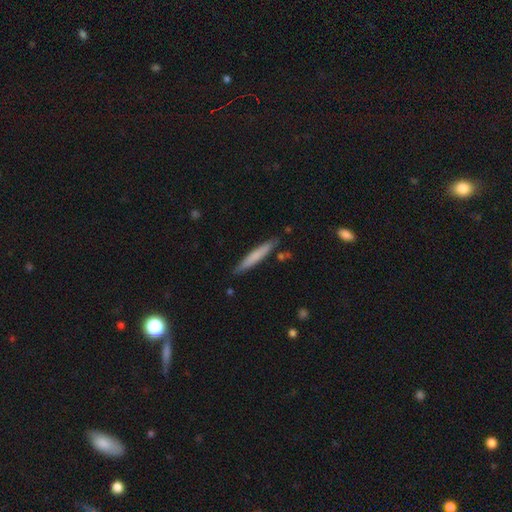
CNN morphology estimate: type=smooth (68%); roundness=cigar-shaped (95%); merging=none (86%).